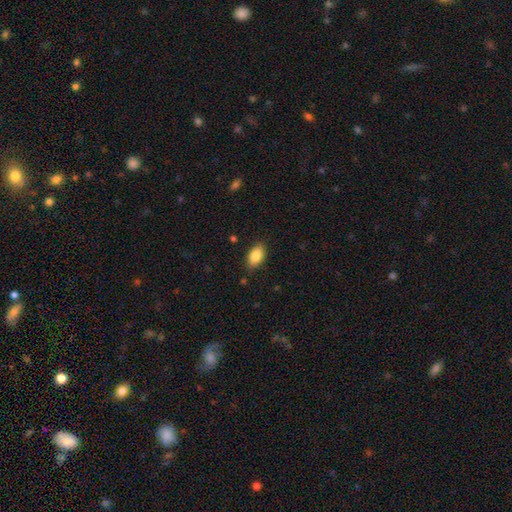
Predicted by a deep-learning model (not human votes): Smooth or featured? smooth (86%)
How rounded? in between (92%)
Merging? none (86%)